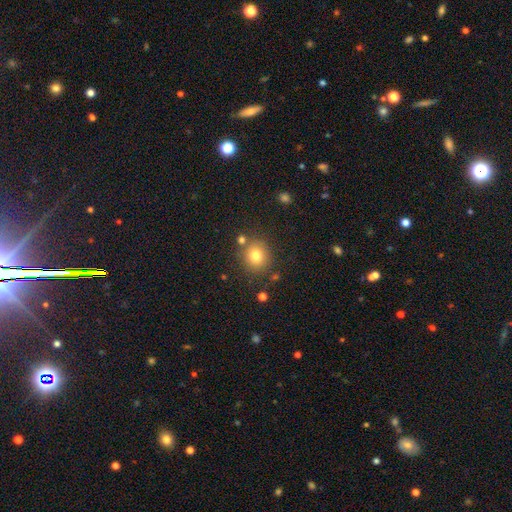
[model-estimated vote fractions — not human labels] smooth-or-featured: smooth: 78% | star or artifact: 13% | featured or disk: 9%
  how-rounded: round: 87% | in between: 12% | cigar-shaped: 1%
  merging: none: 80% | minor disturbance: 10% | merger: 7% | major disturbance: 3%